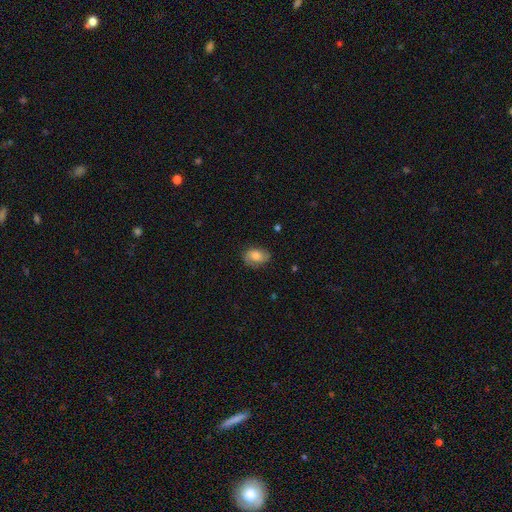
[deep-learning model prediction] smooth-or-featured: smooth: 57% | featured or disk: 34% | star or artifact: 9%
  how-rounded: in between: 76% | round: 22% | cigar-shaped: 1%
  merging: none: 72% | minor disturbance: 21% | major disturbance: 6% | merger: 1%